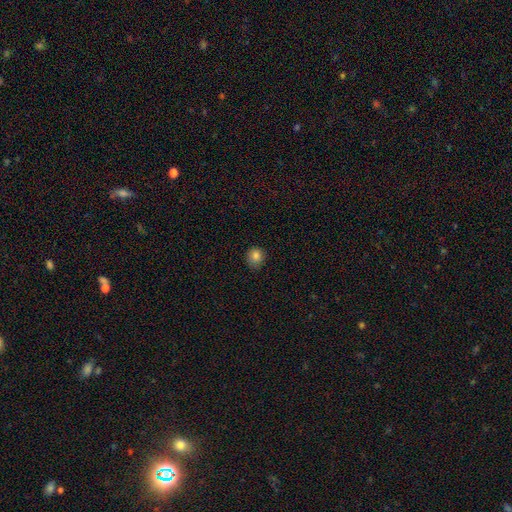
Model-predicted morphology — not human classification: This appears to be a smooth galaxy with no disk features (82%) that is round (78%). Merging: none (83%).